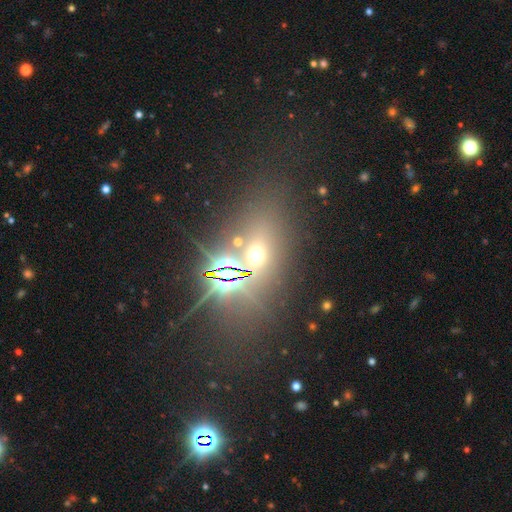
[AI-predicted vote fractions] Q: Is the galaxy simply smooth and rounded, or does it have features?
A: star or artifact — 44%.